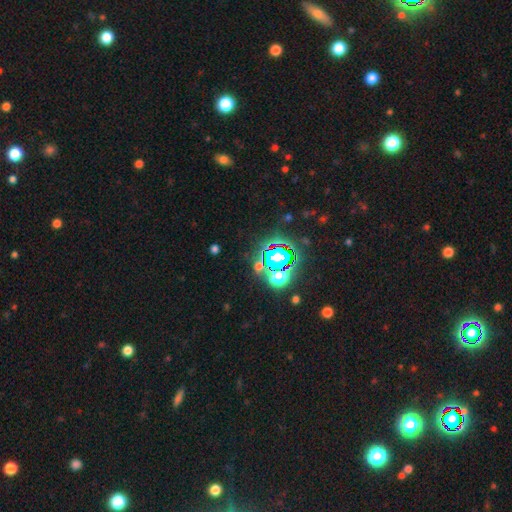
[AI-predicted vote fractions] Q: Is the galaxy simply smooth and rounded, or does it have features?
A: star or artifact — 81%.